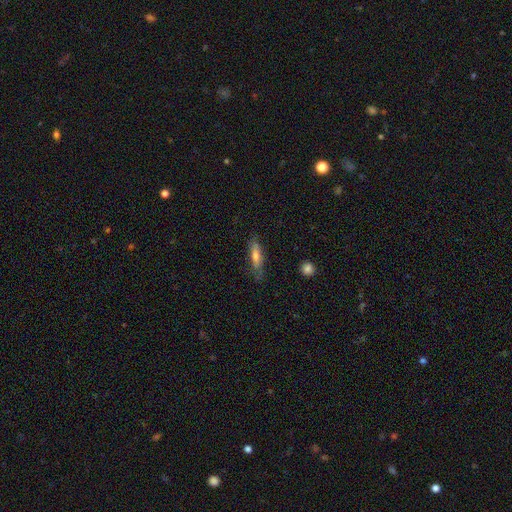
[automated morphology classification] smooth 53%, featured or disk 38%, star or artifact 8%. Down the decision tree: how rounded — cigar-shaped (74%); merging — none (74%).